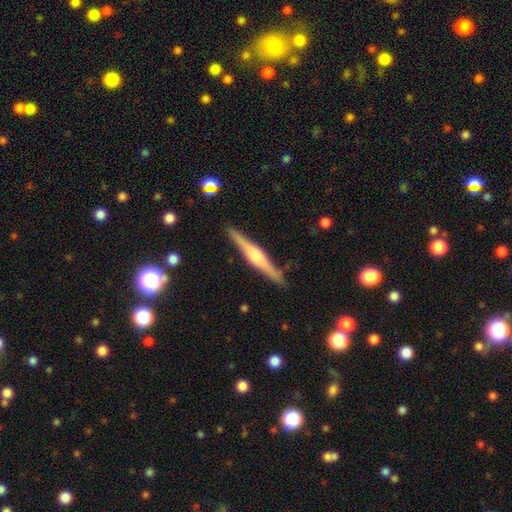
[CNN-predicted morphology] The model was most divided on "edge-on bulge": rounded: 70%, boxy: 23%, none: 7%. More confident: edge-on disk — yes (98%); merging — none (88%); smooth or featured — featured or disk (72%).